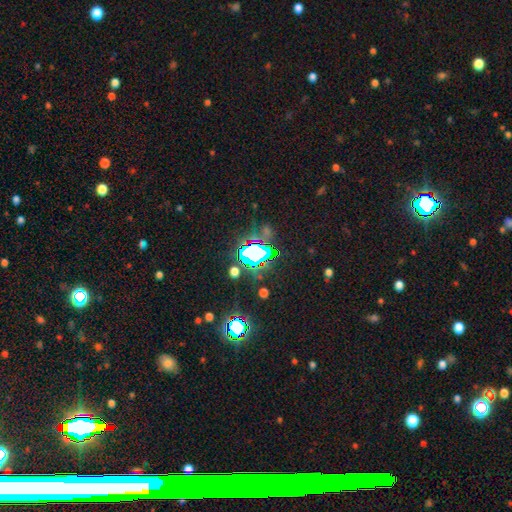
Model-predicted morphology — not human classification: smooth_or_featured: star or artifact (p=0.76) [alt: smooth p=0.15]